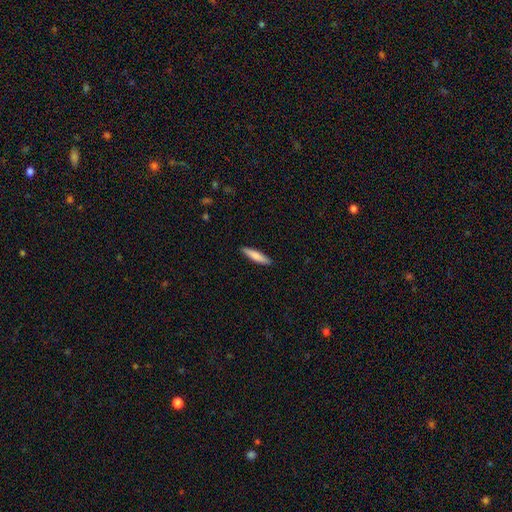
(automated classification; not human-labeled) smooth-or-featured: smooth: 80% | featured or disk: 15% | star or artifact: 5%
  how-rounded: cigar-shaped: 85% | in between: 14% | round: 1%
  merging: none: 90% | minor disturbance: 8% | major disturbance: 2% | merger: 1%